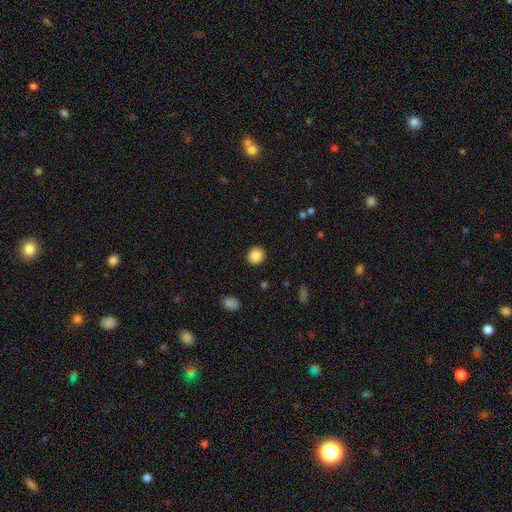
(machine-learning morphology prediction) type=smooth (87%); roundness=round (83%); merging=none (92%).